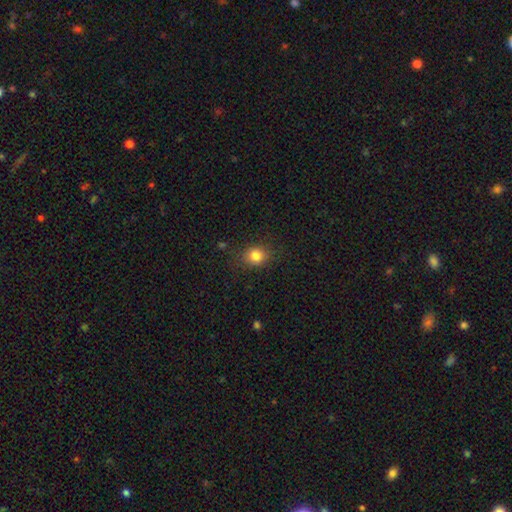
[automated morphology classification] A smooth galaxy with no disk features (82%) that is round (67%). Merging: none (85%).